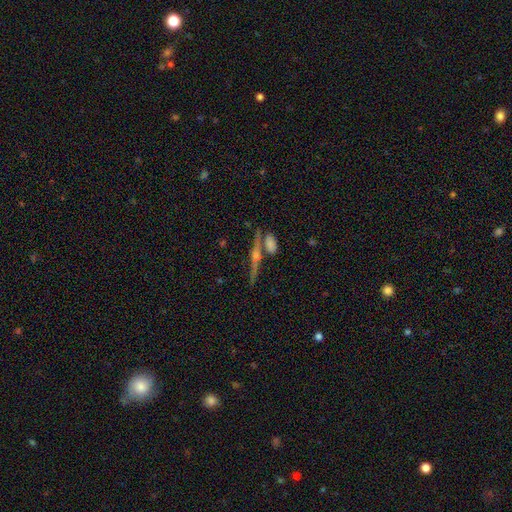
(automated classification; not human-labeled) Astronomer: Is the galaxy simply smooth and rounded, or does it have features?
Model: featured or disk — 70%.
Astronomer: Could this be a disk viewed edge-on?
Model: yes — 94%.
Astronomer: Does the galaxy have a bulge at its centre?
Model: rounded — 79%.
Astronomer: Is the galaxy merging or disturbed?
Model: none — 66%.